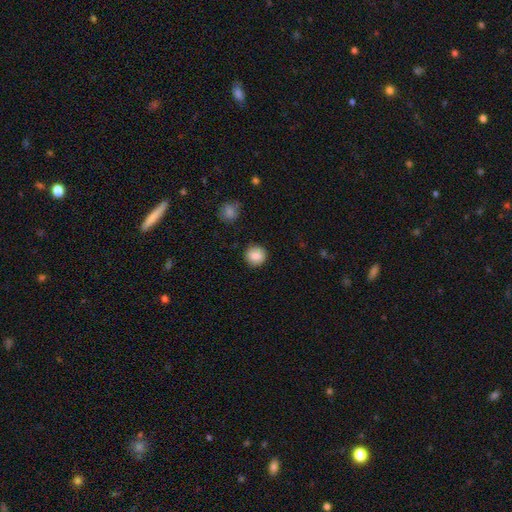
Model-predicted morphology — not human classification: smooth-or-featured: smooth: 86% | star or artifact: 8% | featured or disk: 5%
  how-rounded: round: 92% | in between: 7% | cigar-shaped: 1%
  merging: none: 90% | minor disturbance: 7% | major disturbance: 2% | merger: 1%